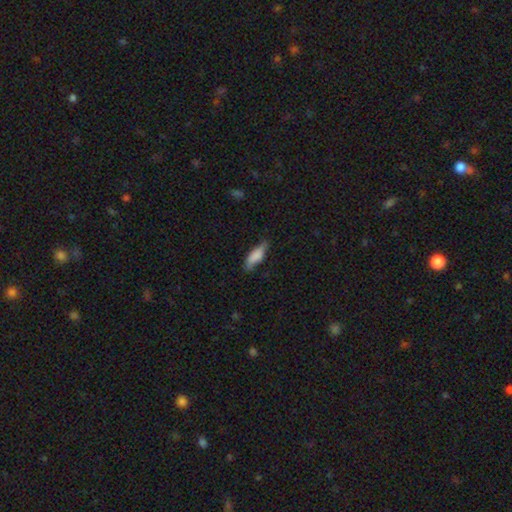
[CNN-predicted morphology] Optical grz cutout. It shows a smooth galaxy with no disk features (78%) that is in between round and cigar-shaped (55%). Merging: none (66%).